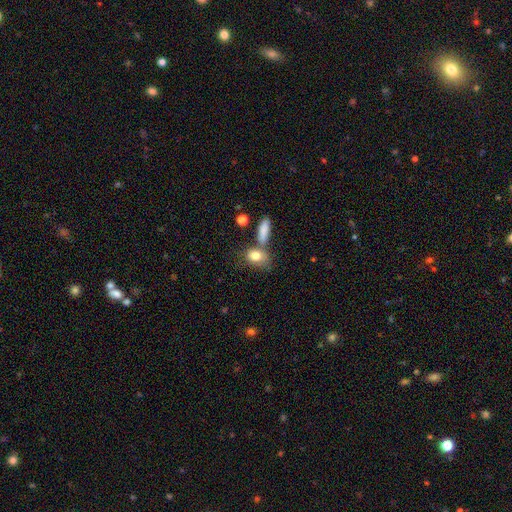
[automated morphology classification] The model was most divided on "merging": none: 45%, merger: 30%, minor disturbance: 16%, major disturbance: 9%. More confident: smooth or featured — smooth (81%); how rounded — in between (69%).